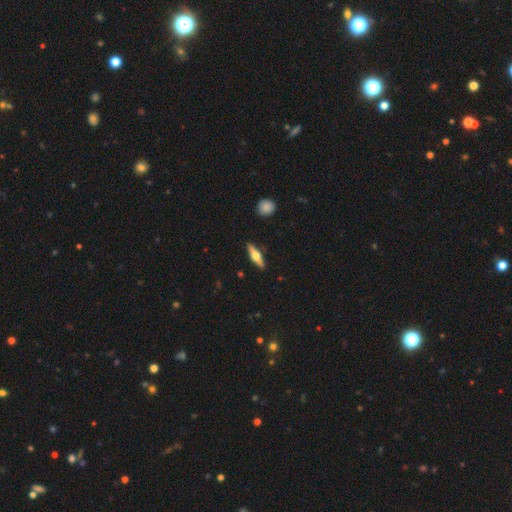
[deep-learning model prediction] A featured or disk galaxy (57%) viewed edge-on (94%) with a rounded central bulge (95%). Merging: none (89%).